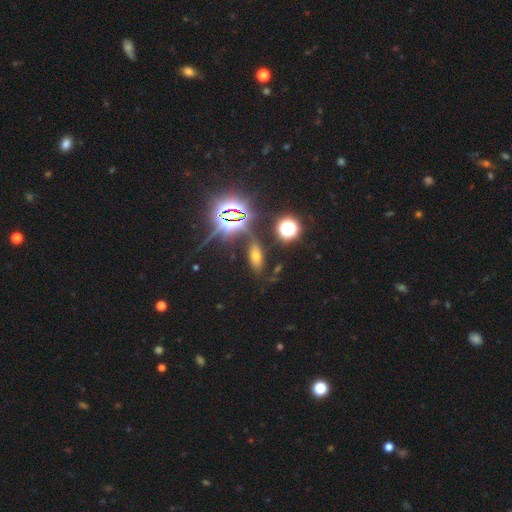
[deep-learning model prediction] Smooth or featured? Predicted: smooth (p=0.42). Merging? Predicted: none (p=0.77).